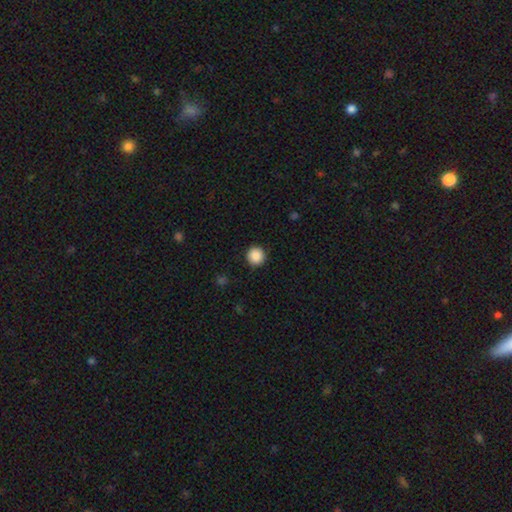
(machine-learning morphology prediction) Q: Smooth or featured?
A: smooth (89%); runner-up: star or artifact (9%)
Q: How rounded?
A: round (96%); runner-up: in between (3%)
Q: Merging?
A: none (92%); runner-up: minor disturbance (5%)